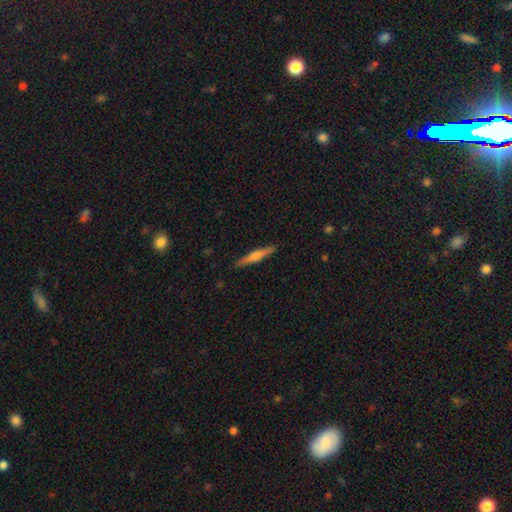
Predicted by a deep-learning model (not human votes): Smooth or featured? Predicted: featured or disk (p=0.56). Edge-on disk? Predicted: yes (p=0.97). Edge-on bulge? Predicted: rounded (p=0.73). Merging? Predicted: none (p=0.90).